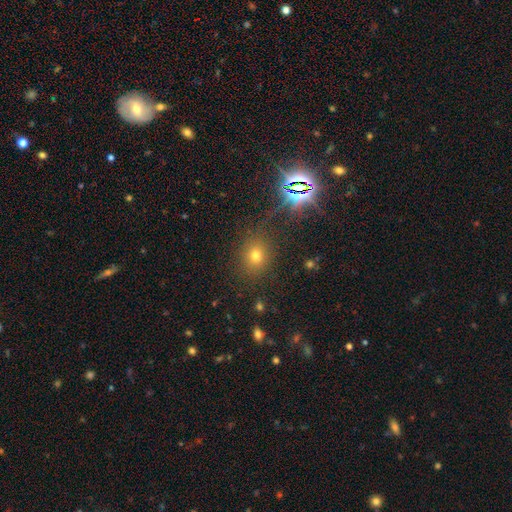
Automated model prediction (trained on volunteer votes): smooth_or_featured: smooth (p=0.63) [alt: star or artifact p=0.28]
how_rounded: round (p=0.67) [alt: in between p=0.32]
merging: none (p=0.84) [alt: minor disturbance p=0.09]